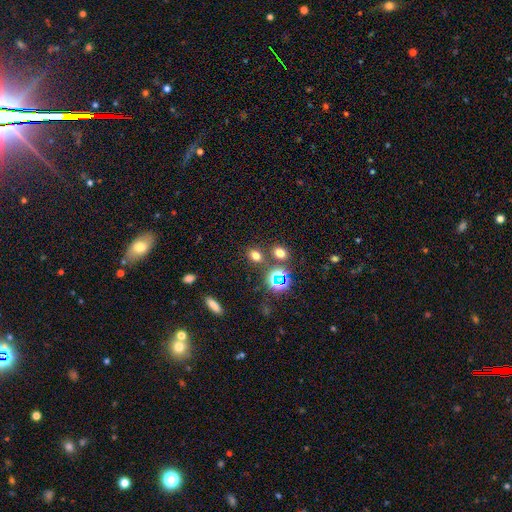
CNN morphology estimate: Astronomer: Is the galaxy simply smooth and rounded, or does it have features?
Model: smooth — 68%.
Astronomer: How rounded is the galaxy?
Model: in between — 49%, tied with round at 49%.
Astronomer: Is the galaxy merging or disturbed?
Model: none — 75%.